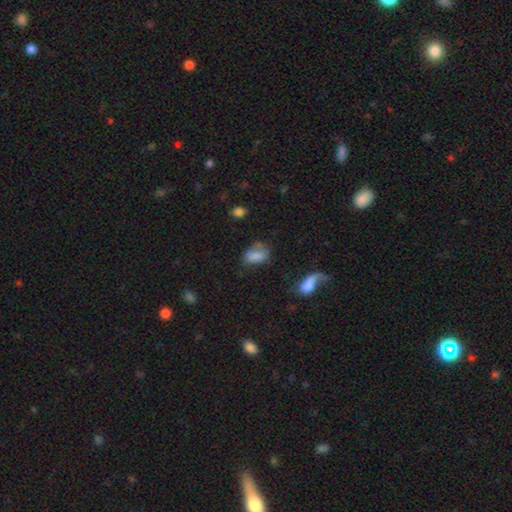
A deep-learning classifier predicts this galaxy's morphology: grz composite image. It shows a smooth galaxy with no disk features (78%) that is in between round and cigar-shaped (84%). Merging: none (47%).